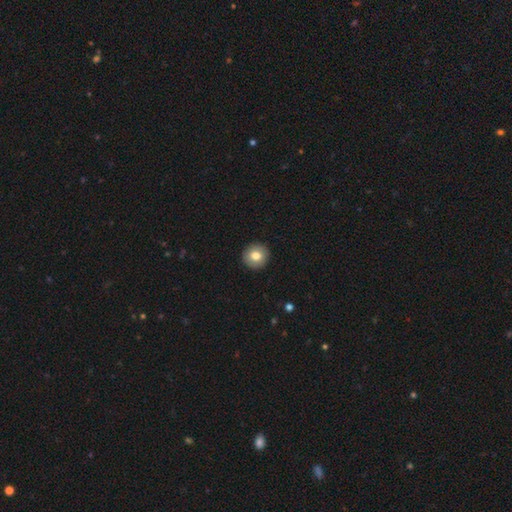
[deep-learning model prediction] Smooth or featured?
  - smooth: 77% *
  - featured or disk: 14%
  - star or artifact: 8%
How rounded?
  - round: 94% *
  - in between: 5%
  - cigar-shaped: 1%
Merging?
  - none: 93% *
  - minor disturbance: 5%
  - major disturbance: 1%
  - merger: 1%